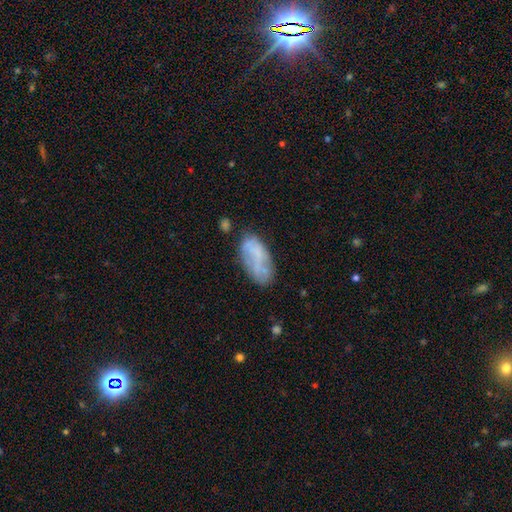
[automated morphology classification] The model was most divided on "smooth or featured": smooth: 51%, featured or disk: 40%, star or artifact: 9%. More confident: how rounded — in between (90%); merging — none (56%).